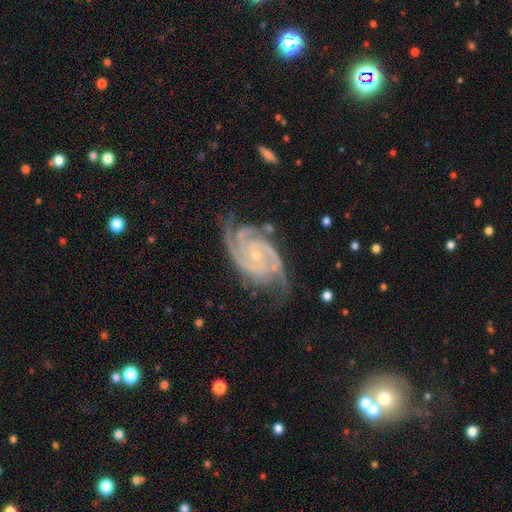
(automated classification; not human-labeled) Overall: featured or disk (93%). Edge-on disk: no (98%). Bar: no (63%; weak 28%). Spiral arms: yes (99%). Spiral arm count: 3 (40%; 2 29%). Spiral winding: tight (62%; medium 34%). Bulge size: small (75%). Merging: none (68%).